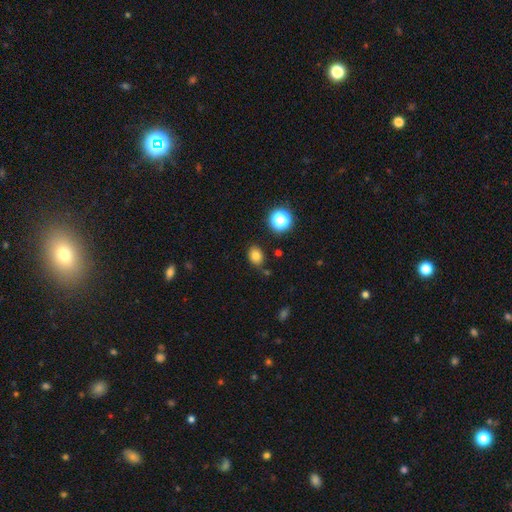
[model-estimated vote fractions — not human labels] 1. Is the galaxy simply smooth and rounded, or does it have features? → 79% smooth, 14% star or artifact, 7% featured or disk.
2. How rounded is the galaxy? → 62% in between, 37% round, 1% cigar-shaped.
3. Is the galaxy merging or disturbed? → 78% none, 15% minor disturbance, 4% merger, 3% major disturbance.